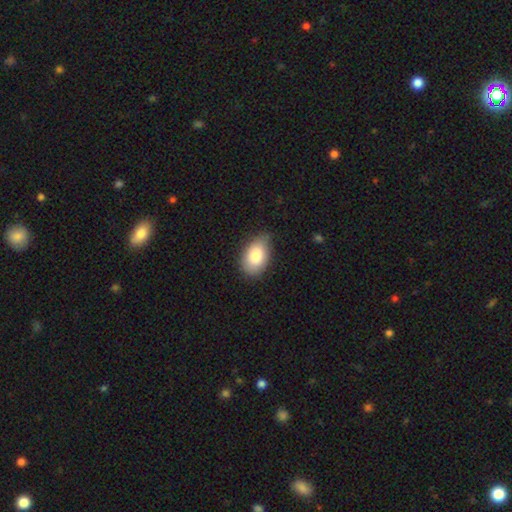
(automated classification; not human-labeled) Smooth or featured? smooth (83%)
How rounded? in between (91%)
Merging? none (70%)